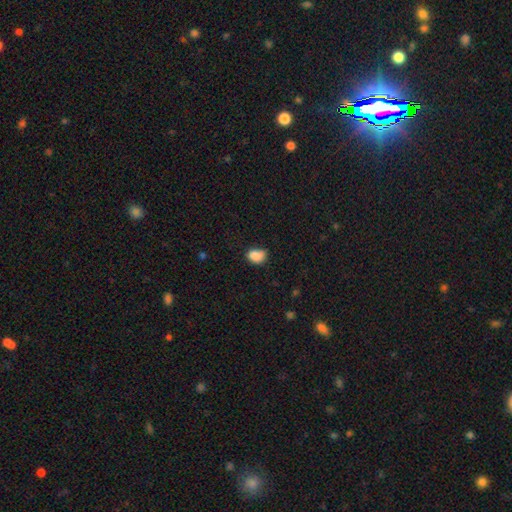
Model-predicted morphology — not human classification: smooth 85%, star or artifact 9%, featured or disk 5%. Down the decision tree: how rounded — in between (69%); merging — none (50%).